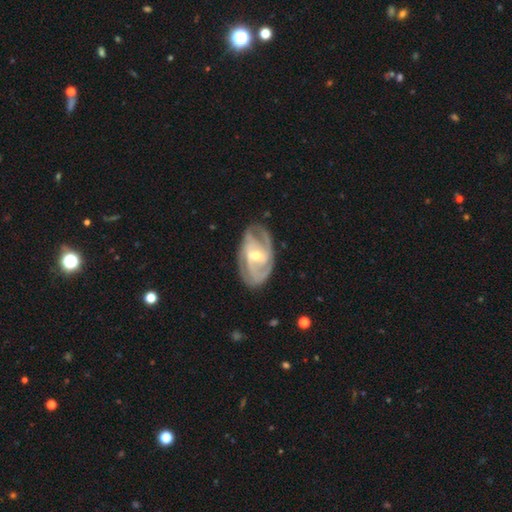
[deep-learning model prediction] A featured or disk galaxy (87%) with a weak bar (46%), 3 (34%) tight (51%) spiral arms (95%) and a moderate central bulge (52%). Merging: none (74%).